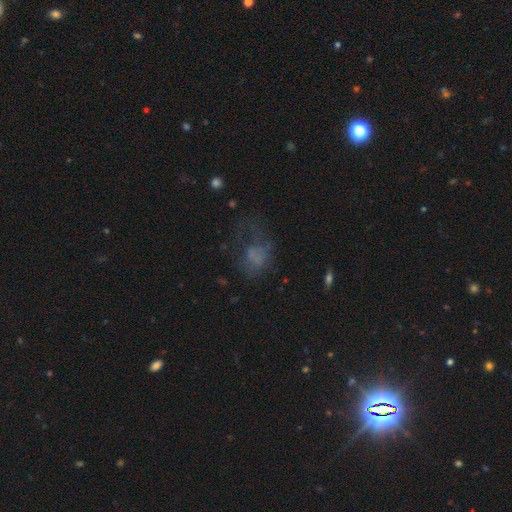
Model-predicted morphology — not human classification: smooth-or-featured: smooth: 46% | featured or disk: 33% | star or artifact: 21%
  merging: major disturbance: 48% | none: 30% | minor disturbance: 18% | merger: 4%